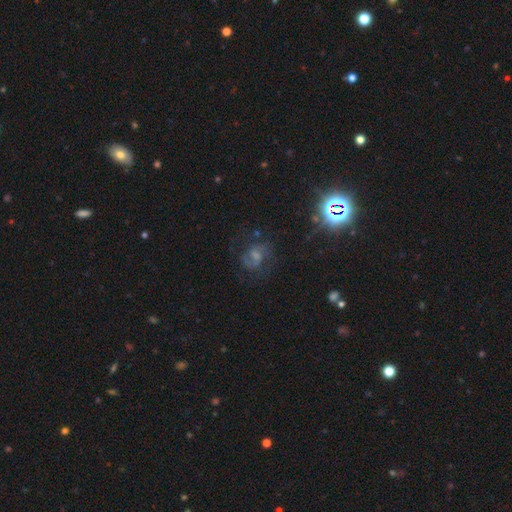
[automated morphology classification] featured or disk 59%, star or artifact 23%, smooth 18%. Down the decision tree: edge-on disk — no (97%); bar — weak (45%); spiral arms — yes (85%); bulge size — small (34%); merging — none (62%).